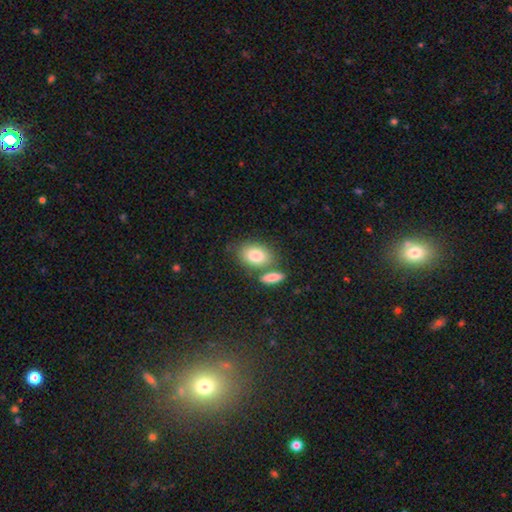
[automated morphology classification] This is clearly a smooth galaxy (83%). How rounded: clearly in between (83%). Merging: possibly none (57%).